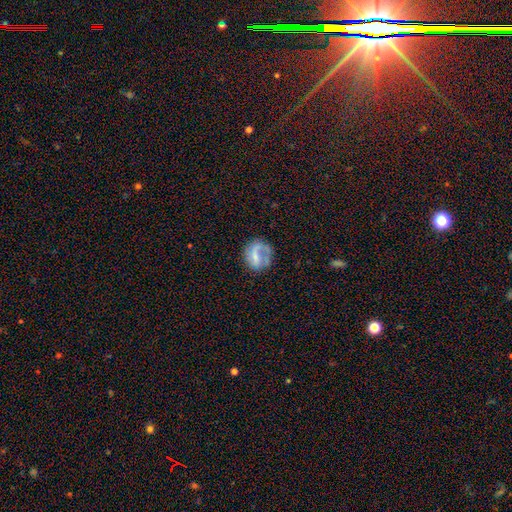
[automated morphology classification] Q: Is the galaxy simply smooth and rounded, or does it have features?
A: featured or disk — 48%.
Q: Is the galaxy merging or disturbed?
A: none — 49%.